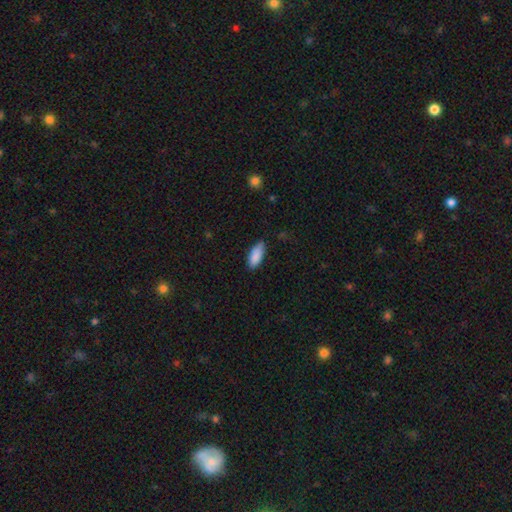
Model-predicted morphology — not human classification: smooth_or_featured: smooth (p=0.89) [alt: star or artifact p=0.06]
how_rounded: in between (p=0.83) [alt: cigar-shaped p=0.15]
merging: none (p=0.78) [alt: minor disturbance p=0.18]